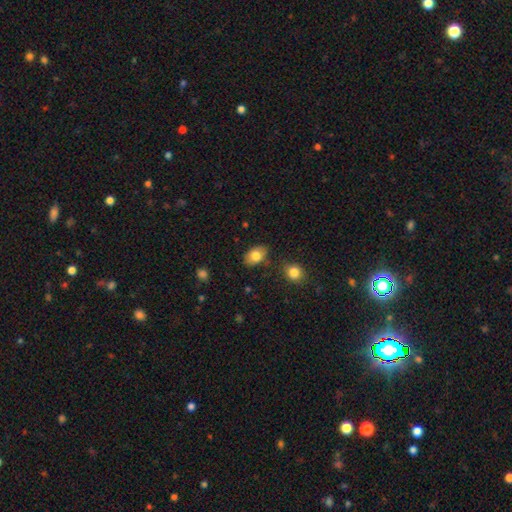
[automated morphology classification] smooth-or-featured: smooth: 81% | featured or disk: 12% | star or artifact: 8%
  how-rounded: in between: 85% | round: 14% | cigar-shaped: 1%
  merging: none: 80% | minor disturbance: 14% | merger: 4% | major disturbance: 3%